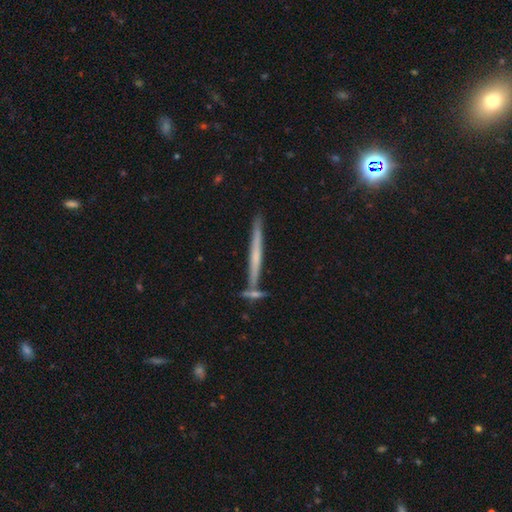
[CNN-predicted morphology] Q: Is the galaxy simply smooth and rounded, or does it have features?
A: featured or disk — 52%.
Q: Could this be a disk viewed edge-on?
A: yes — 96%.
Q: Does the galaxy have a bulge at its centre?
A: none — 76%.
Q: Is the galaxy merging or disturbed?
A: none — 80%.